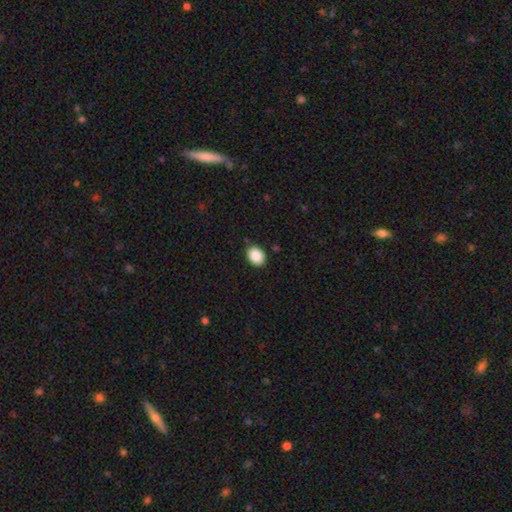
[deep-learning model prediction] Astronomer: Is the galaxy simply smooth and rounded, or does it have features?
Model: smooth — 89%.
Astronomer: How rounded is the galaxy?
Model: in between — 67%.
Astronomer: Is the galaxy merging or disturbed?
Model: none — 85%.